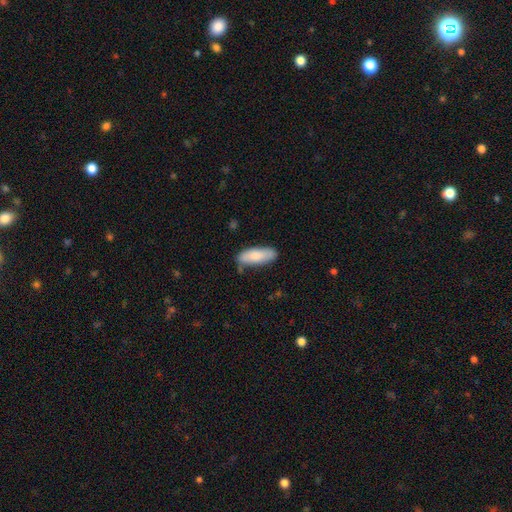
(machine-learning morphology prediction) smooth 83%, featured or disk 12%, star or artifact 5%. Down the decision tree: how rounded — in between (67%); merging — none (73%).